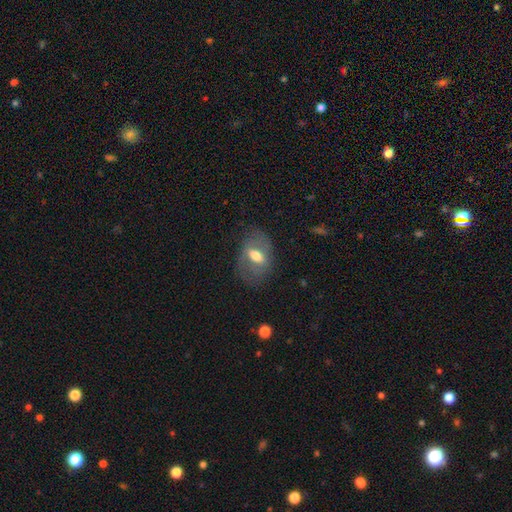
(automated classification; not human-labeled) This is possibly a featured or disk galaxy (50%). It is clearly not viewed edge-on (84%). Merging: likely none (67%).